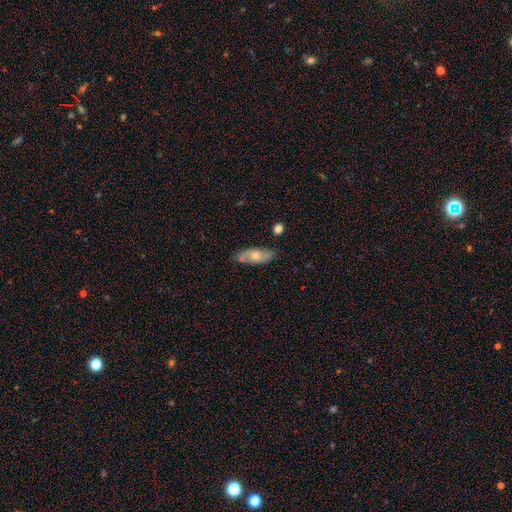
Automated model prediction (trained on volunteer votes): A smooth galaxy with no disk features (50%). Merging: none (71%).